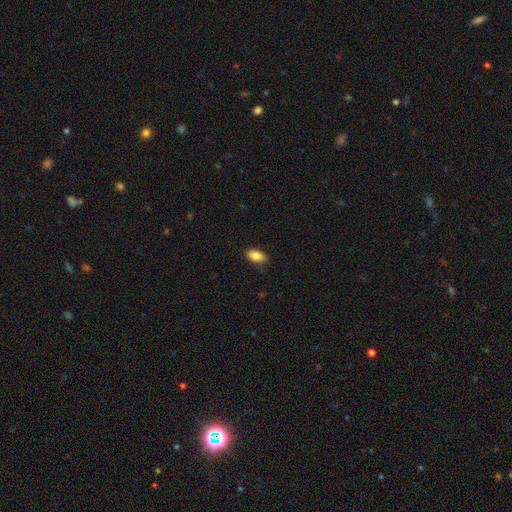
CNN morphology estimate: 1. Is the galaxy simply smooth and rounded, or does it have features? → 86% smooth, 7% star or artifact, 7% featured or disk.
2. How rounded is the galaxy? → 92% in between, 4% round, 4% cigar-shaped.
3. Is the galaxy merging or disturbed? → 86% none, 11% minor disturbance, 2% major disturbance, 1% merger.